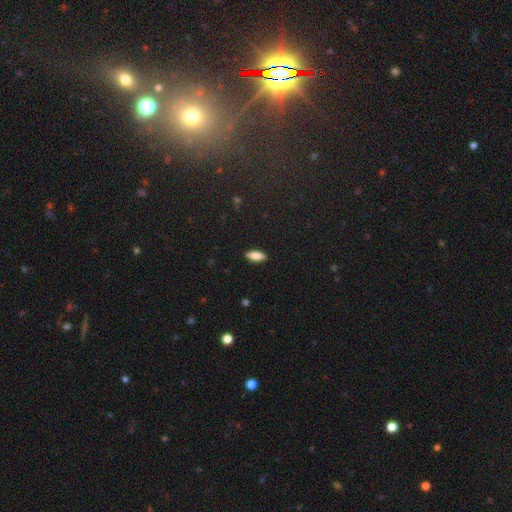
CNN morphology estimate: This appears to be a smooth galaxy with no disk features (78%) that is in between round and cigar-shaped (69%). Merging: none (90%).